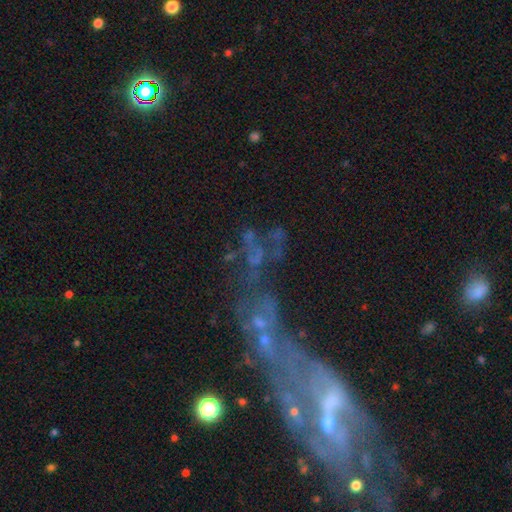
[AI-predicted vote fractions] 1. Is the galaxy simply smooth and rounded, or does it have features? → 48% featured or disk, 31% star or artifact, 21% smooth.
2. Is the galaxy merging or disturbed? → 42% merger, 24% major disturbance, 23% none, 10% minor disturbance.